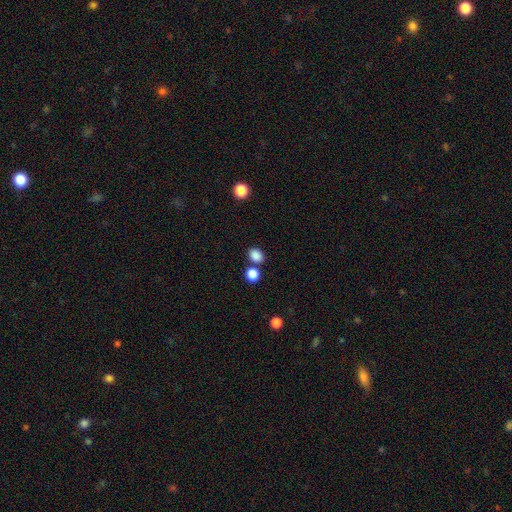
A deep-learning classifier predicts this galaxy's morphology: smooth 86%, star or artifact 11%, featured or disk 4%. Down the decision tree: how rounded — round (50%); merging — none (71%).